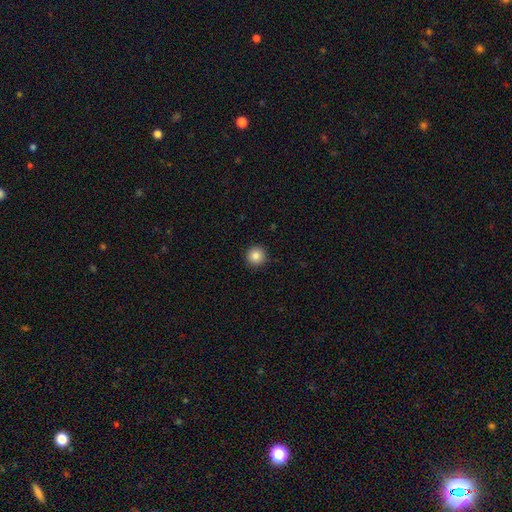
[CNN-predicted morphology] This is clearly a smooth galaxy (86%). How rounded: clearly round (95%). Merging: clearly none (92%).